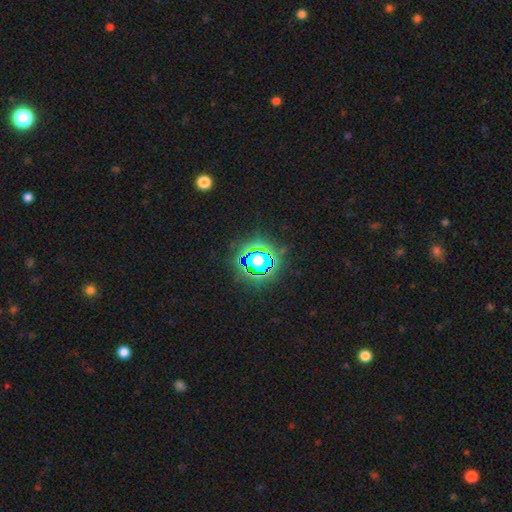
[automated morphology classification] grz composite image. It shows a star or artifact, not a galaxy (76%).